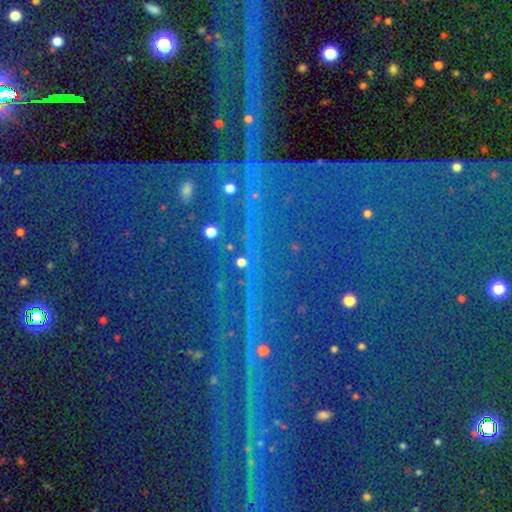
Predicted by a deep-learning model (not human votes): A star or artifact, not a galaxy (87%).

Vote fractions:
- Smooth or featured? star or artifact: 87% / featured or disk: 7% / smooth: 6%